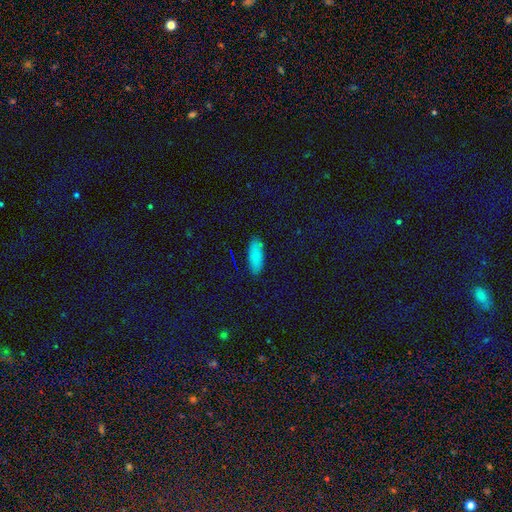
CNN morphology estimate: Smooth or featured?
  - smooth: 83% *
  - star or artifact: 11%
  - featured or disk: 6%
How rounded?
  - in between: 74% *
  - cigar-shaped: 23%
  - round: 3%
Merging?
  - none: 85% *
  - minor disturbance: 11%
  - major disturbance: 2%
  - merger: 2%